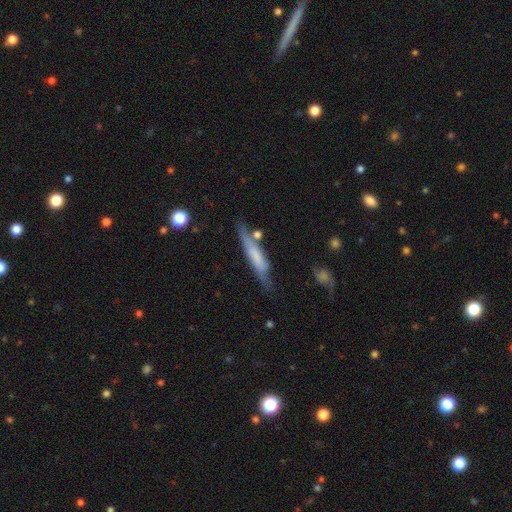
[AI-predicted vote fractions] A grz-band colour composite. It shows a smooth galaxy with no disk features (50%). Merging: none (60%).